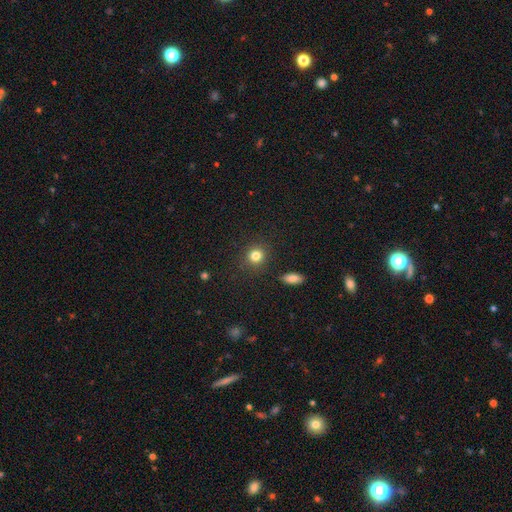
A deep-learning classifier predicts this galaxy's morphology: Smooth or featured?
  - smooth: 83% *
  - star or artifact: 11%
  - featured or disk: 6%
How rounded?
  - round: 85% *
  - in between: 14%
  - cigar-shaped: 1%
Merging?
  - none: 88% *
  - minor disturbance: 7%
  - major disturbance: 3%
  - merger: 2%